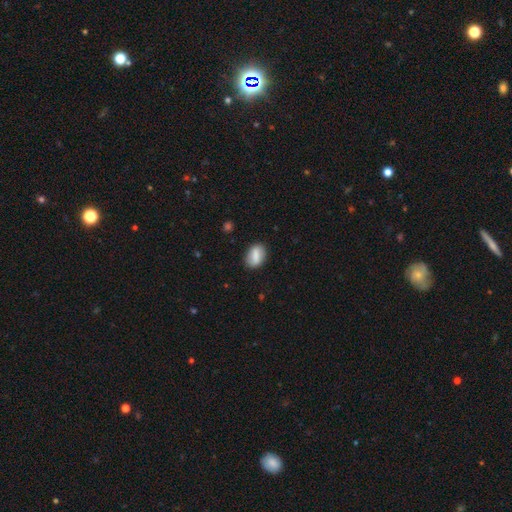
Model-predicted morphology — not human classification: smooth-or-featured: smooth: 79% | featured or disk: 14% | star or artifact: 7%
  how-rounded: in between: 82% | round: 14% | cigar-shaped: 3%
  merging: none: 84% | minor disturbance: 12% | major disturbance: 3% | merger: 2%